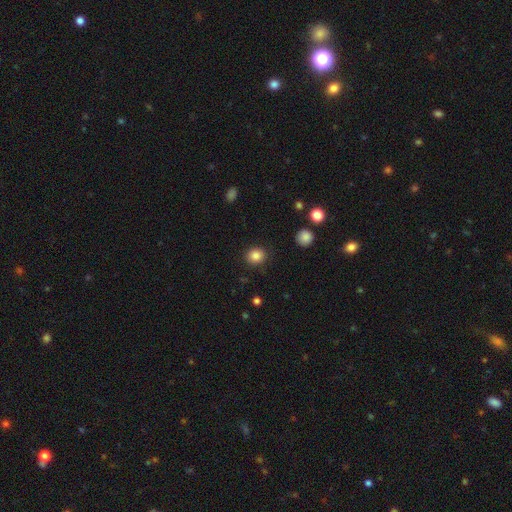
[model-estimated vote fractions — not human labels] Smooth or featured? smooth (85%)
How rounded? round (75%)
Merging? none (88%)